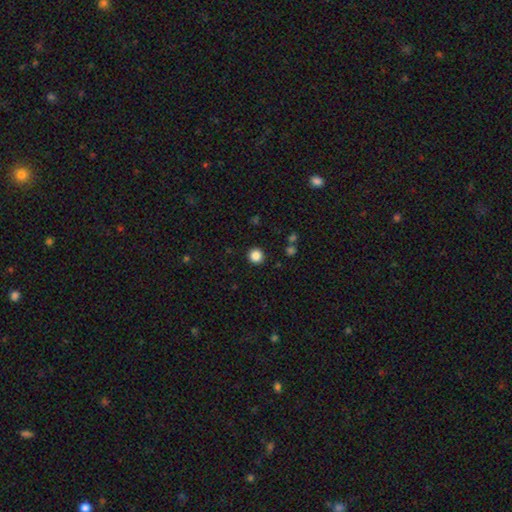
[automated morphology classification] Overall: smooth (86%). How rounded: round (94%). Merging: none (92%).